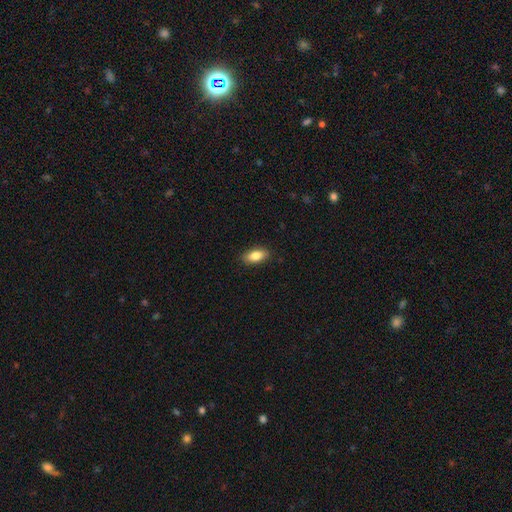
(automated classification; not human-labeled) smooth 83%, featured or disk 10%, star or artifact 7%. Down the decision tree: how rounded — in between (89%); merging — none (88%).